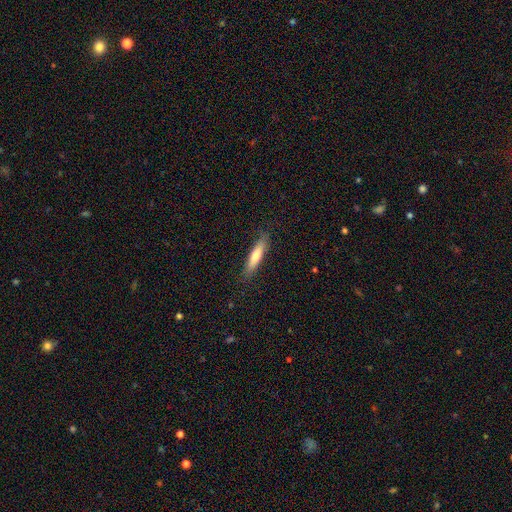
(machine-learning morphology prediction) Overall: smooth (71%). How rounded: cigar-shaped (82%). Merging: none (85%).